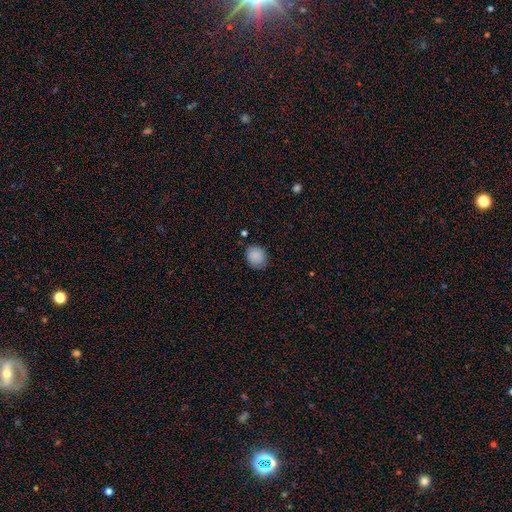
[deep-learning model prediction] Smooth or featured? smooth (87%)
How rounded? round (76%)
Merging? none (80%)